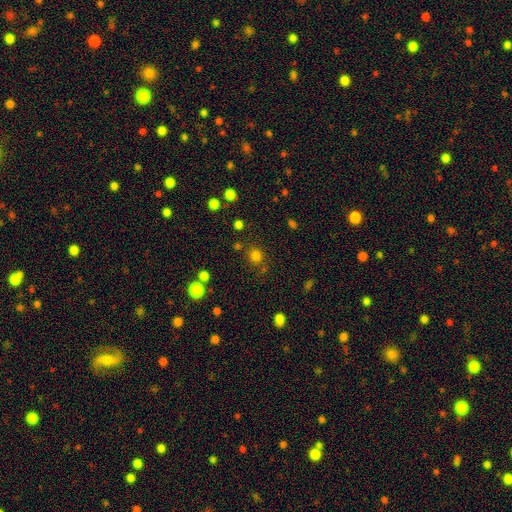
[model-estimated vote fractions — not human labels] Smooth or featured: smooth — 77% (star or artifact — 17%)
How rounded: round — 88% (in between — 11%)
Merging: none — 79% (minor disturbance — 10%)